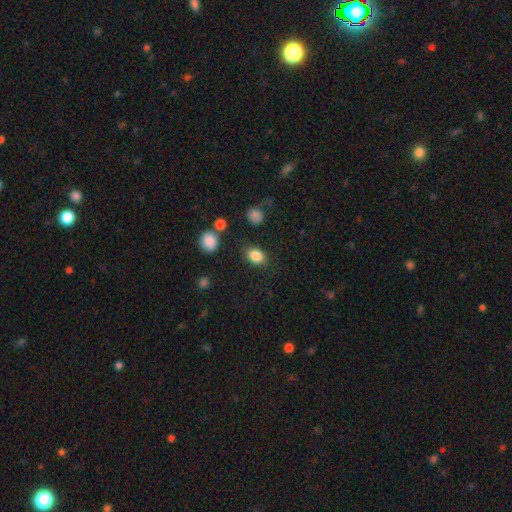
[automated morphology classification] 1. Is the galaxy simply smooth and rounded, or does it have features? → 84% smooth, 10% star or artifact, 6% featured or disk.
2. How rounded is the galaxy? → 75% in between, 24% round, 1% cigar-shaped.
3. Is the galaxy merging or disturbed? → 81% none, 12% minor disturbance, 4% major disturbance, 3% merger.